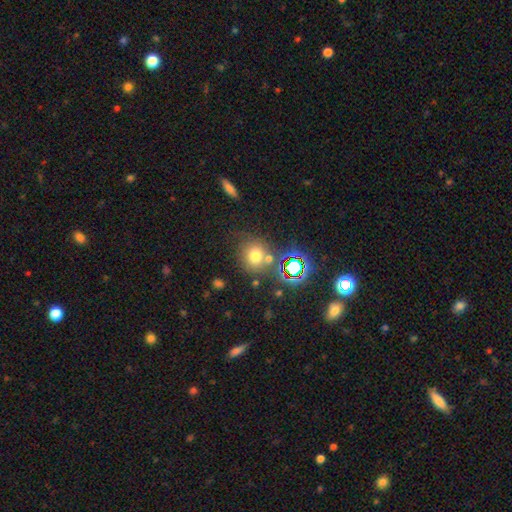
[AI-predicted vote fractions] A smooth galaxy with no disk features (69%) that is round (83%).

Vote fractions:
- Smooth or featured? smooth: 69% / star or artifact: 21% / featured or disk: 10%
- How rounded? round: 83% / in between: 15% / cigar-shaped: 1%
- Merging? none: 61% / merger: 21% / minor disturbance: 12% / major disturbance: 6%